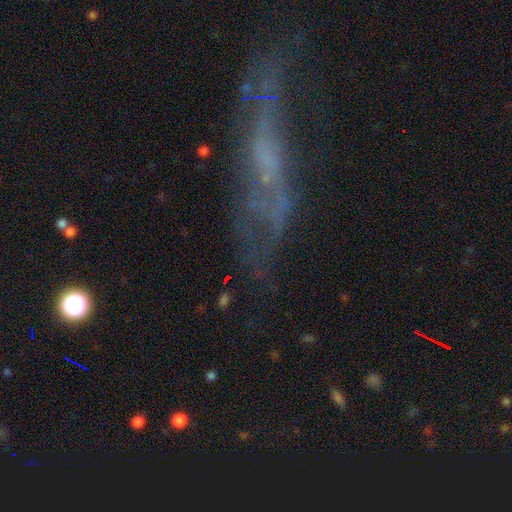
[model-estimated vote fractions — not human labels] The model was most divided on "edge-on disk": no: 63%, yes: 37%. More confident: smooth or featured — featured or disk (55%); merging — none (51%).